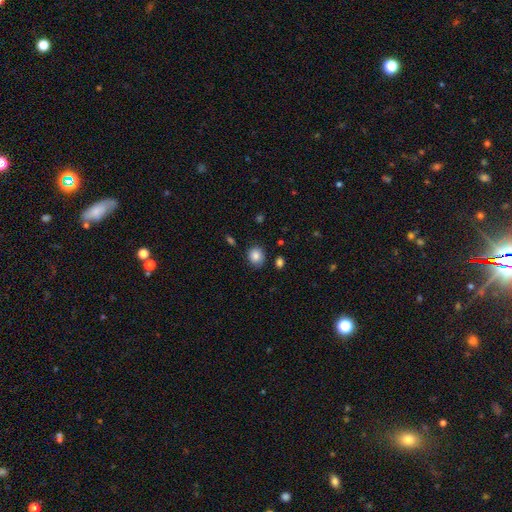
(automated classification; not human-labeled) A smooth galaxy with no disk features (85%) that is round (73%).

Vote fractions:
- Smooth or featured? smooth: 85% / star or artifact: 9% / featured or disk: 6%
- How rounded? round: 73% / in between: 27% / cigar-shaped: 1%
- Merging? none: 80% / minor disturbance: 15% / major disturbance: 3% / merger: 2%